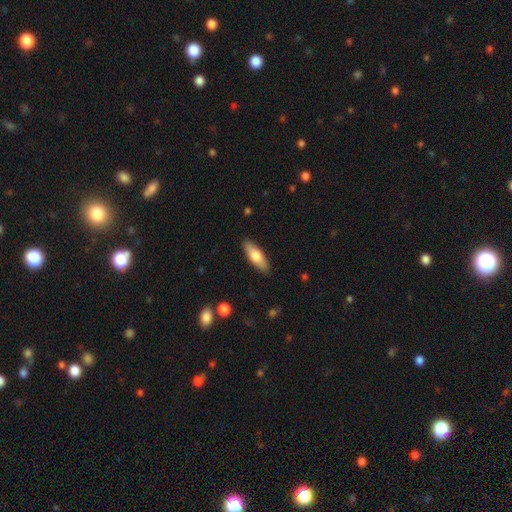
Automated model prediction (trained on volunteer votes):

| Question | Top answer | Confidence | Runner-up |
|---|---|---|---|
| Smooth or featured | smooth | 69% | featured or disk (26%) |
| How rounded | in between | 58% | cigar-shaped (39%) |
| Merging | none | 89% | minor disturbance (8%) |